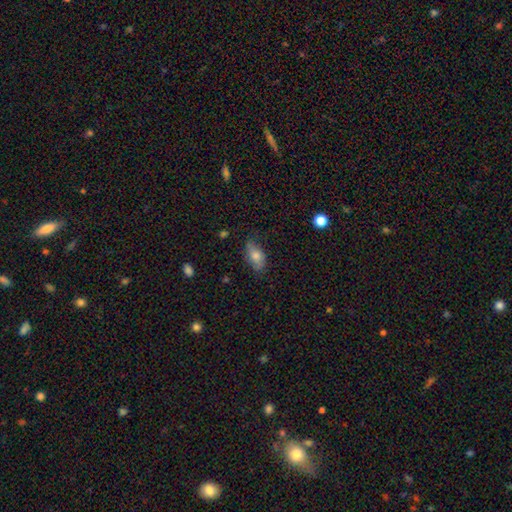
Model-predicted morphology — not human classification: This is likely a smooth galaxy (70%). How rounded: clearly in between (87%). Merging: likely none (71%).